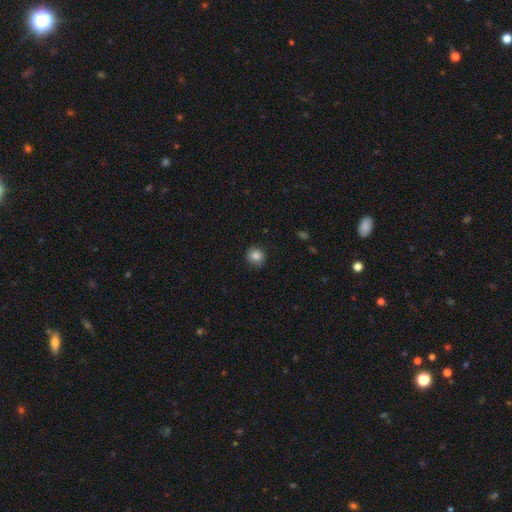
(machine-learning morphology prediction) A smooth galaxy with no disk features (84%) that is round (85%).

Vote fractions:
- Smooth or featured? smooth: 84% / star or artifact: 10% / featured or disk: 6%
- How rounded? round: 85% / in between: 14% / cigar-shaped: 1%
- Merging? none: 86% / minor disturbance: 11% / major disturbance: 2% / merger: 1%